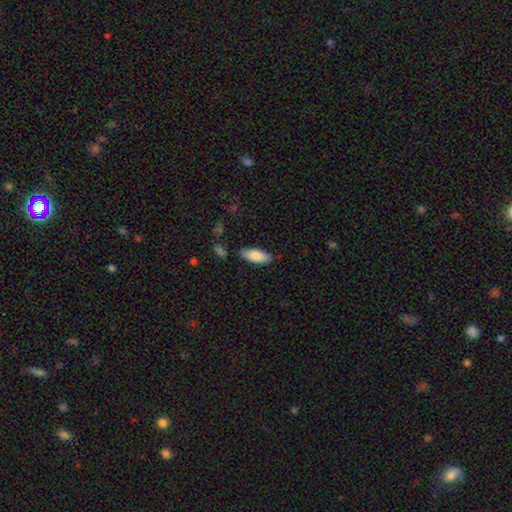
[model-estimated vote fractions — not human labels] Smooth or featured?
  - smooth: 84% *
  - featured or disk: 10%
  - star or artifact: 6%
How rounded?
  - in between: 77% *
  - cigar-shaped: 22%
  - round: 2%
Merging?
  - none: 81% *
  - minor disturbance: 14%
  - major disturbance: 3%
  - merger: 3%